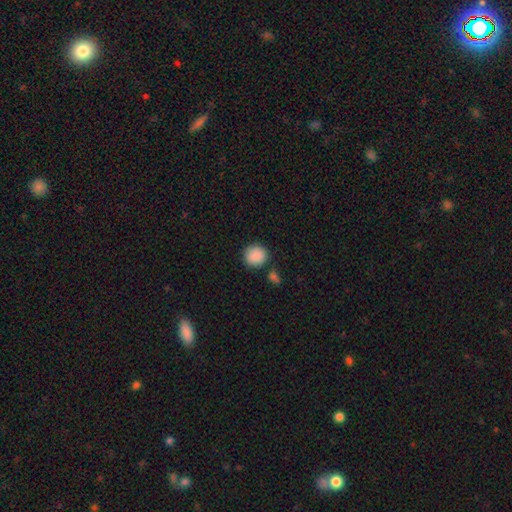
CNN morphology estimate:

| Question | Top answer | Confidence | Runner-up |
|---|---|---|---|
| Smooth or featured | smooth | 89% | star or artifact (8%) |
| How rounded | round | 86% | in between (13%) |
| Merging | none | 80% | minor disturbance (10%) |